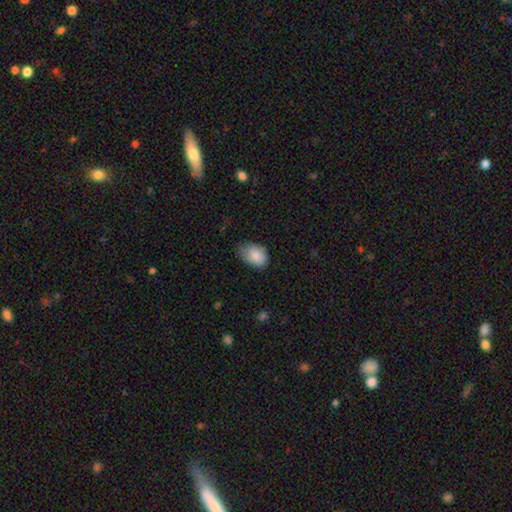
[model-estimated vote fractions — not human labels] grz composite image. It shows a smooth galaxy with no disk features (85%) that is in between round and cigar-shaped (85%). Merging: none (58%).